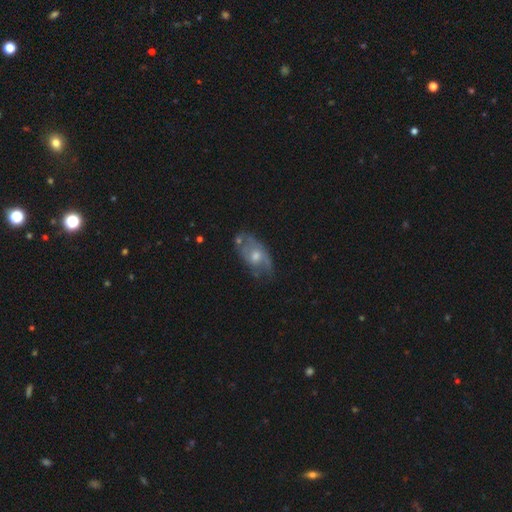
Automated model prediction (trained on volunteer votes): Smooth or featured? Predicted: featured or disk (p=0.60). Edge-on disk? Predicted: no (p=0.89). Bar? Predicted: no (p=0.75). Spiral arms? Predicted: yes (p=0.59). Bulge size? Predicted: moderate (p=0.60). Merging? Predicted: none (p=0.56).